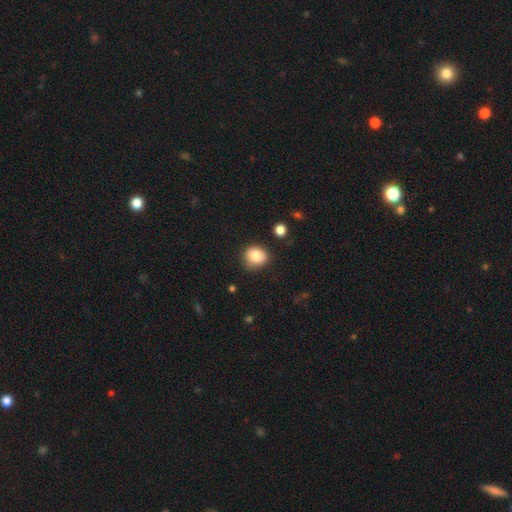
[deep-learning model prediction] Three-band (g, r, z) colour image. It shows a smooth galaxy with no disk features (83%) that is round (78%). Merging: none (77%).